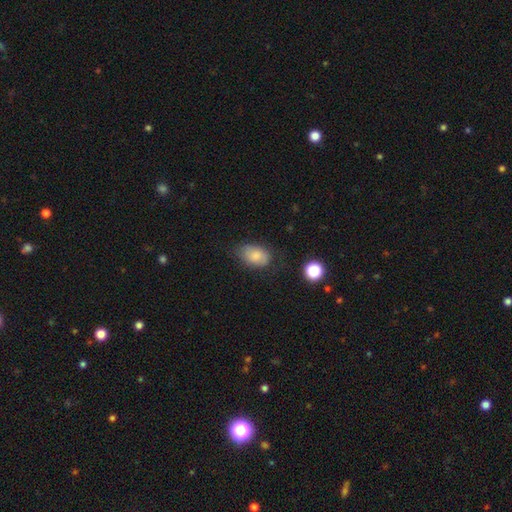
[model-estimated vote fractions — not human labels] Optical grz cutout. It shows a smooth galaxy with no disk features (82%) that is in between round and cigar-shaped (86%). Merging: none (68%).